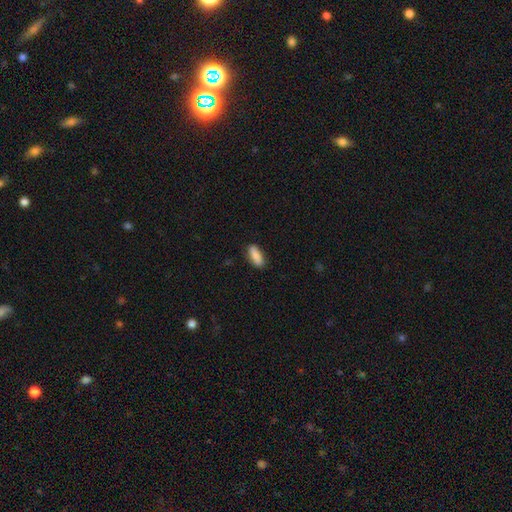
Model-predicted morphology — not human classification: smooth_or_featured: smooth (p=0.86) [alt: featured or disk p=0.07]
how_rounded: in between (p=0.65) [alt: cigar-shaped p=0.33]
merging: none (p=0.85) [alt: minor disturbance p=0.12]